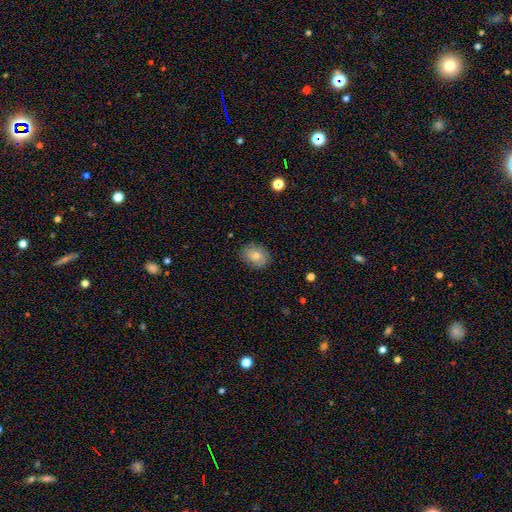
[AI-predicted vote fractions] Smooth or featured? Predicted: smooth (p=0.73). How rounded? Predicted: in between (p=0.58). Merging? Predicted: none (p=0.85).